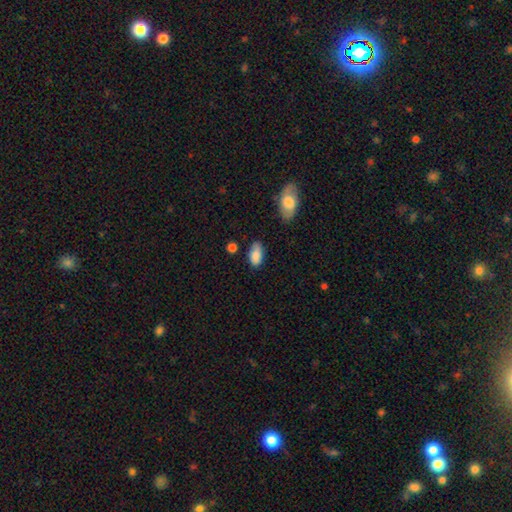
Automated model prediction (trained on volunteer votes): This appears to be a smooth galaxy with no disk features (86%) that is in between round and cigar-shaped (92%). Merging: none (66%).